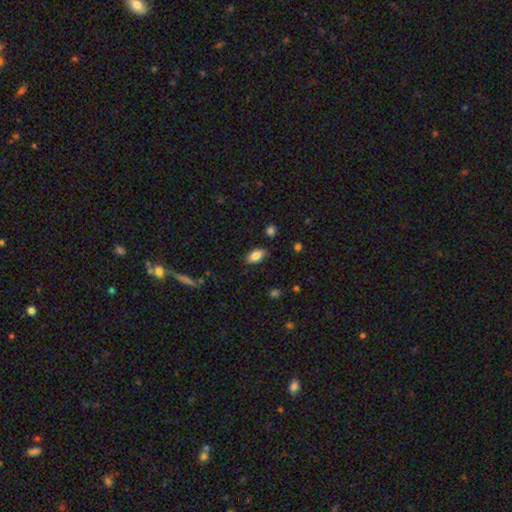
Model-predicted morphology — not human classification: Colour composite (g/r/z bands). It shows a smooth galaxy with no disk features (84%) that is in between round and cigar-shaped (91%). Merging: none (83%).